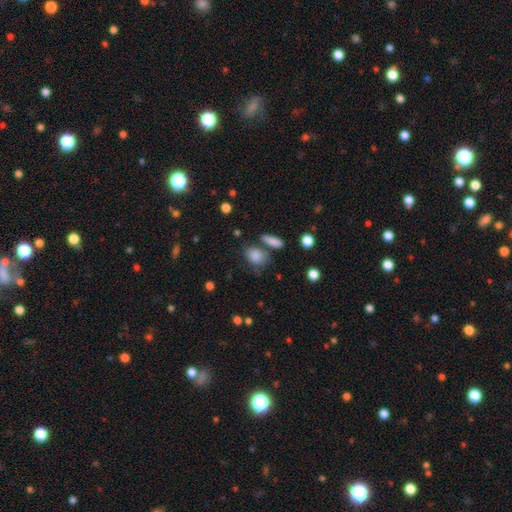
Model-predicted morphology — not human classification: Overall: smooth (83%). How rounded: in between (57%; round 40%). Merging: none (57%; merger 18%).